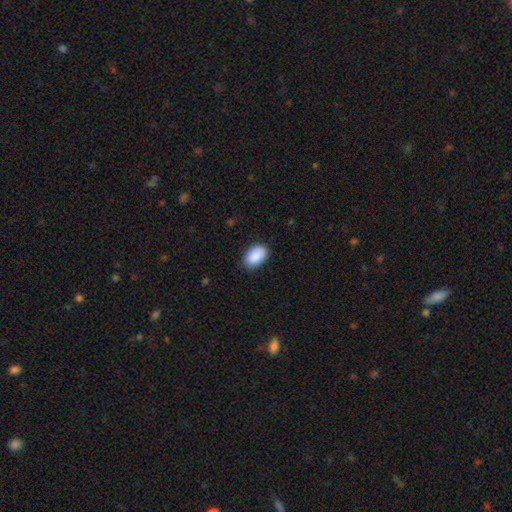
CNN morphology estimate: This is clearly a smooth galaxy (90%). How rounded: clearly in between (91%). Merging: clearly none (85%).